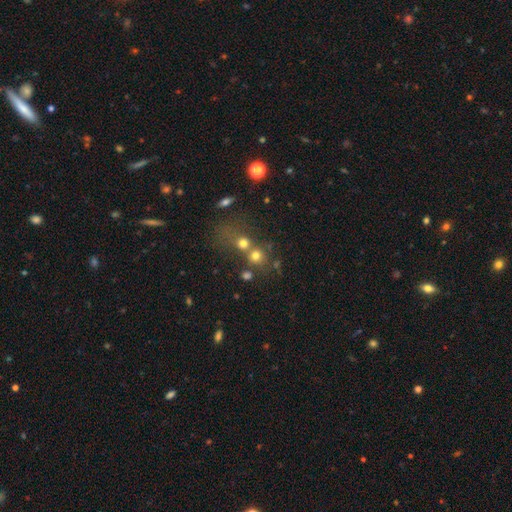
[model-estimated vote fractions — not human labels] smooth-or-featured: smooth: 69% | star or artifact: 18% | featured or disk: 12%
  how-rounded: round: 86% | in between: 12% | cigar-shaped: 1%
  merging: none: 46% | merger: 43% | minor disturbance: 7% | major disturbance: 5%